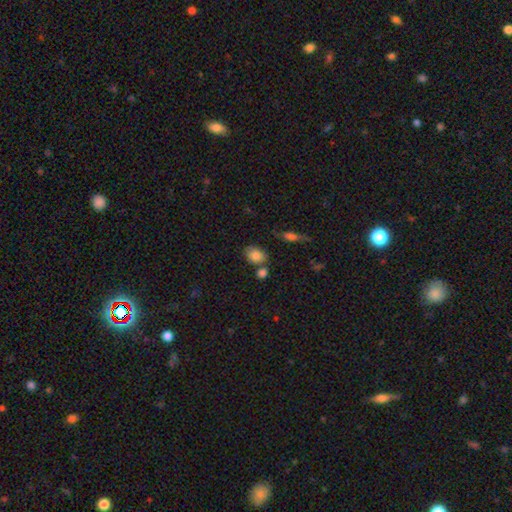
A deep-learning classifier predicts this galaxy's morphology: Smooth or featured: smooth — 83% (star or artifact — 9%)
How rounded: in between — 69% (round — 29%)
Merging: none — 61% (merger — 18%)